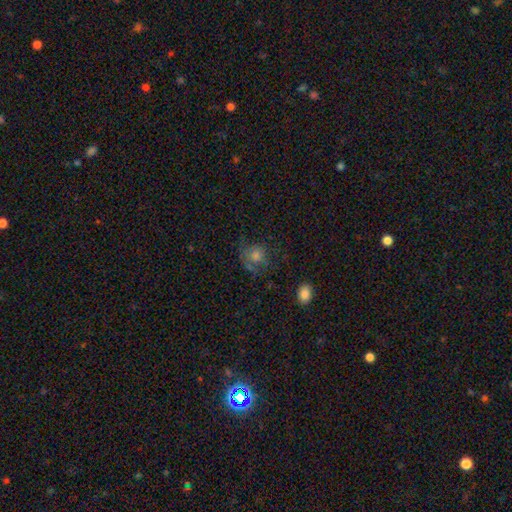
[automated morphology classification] This is possibly a smooth galaxy (56%). How rounded: likely round (79%). Merging: possibly none (58%).